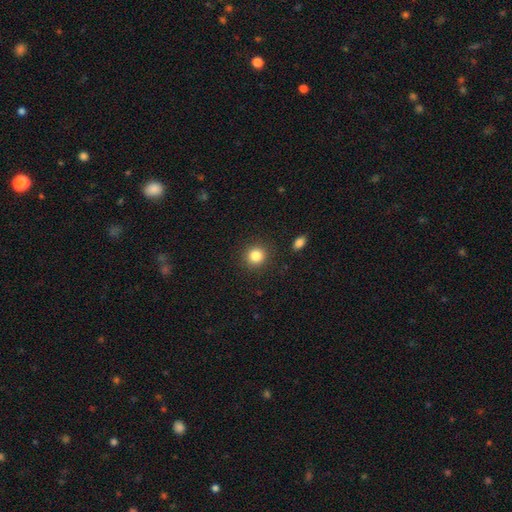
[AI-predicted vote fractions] smooth 84%, star or artifact 11%, featured or disk 5%. Down the decision tree: how rounded — round (91%); merging — none (89%).